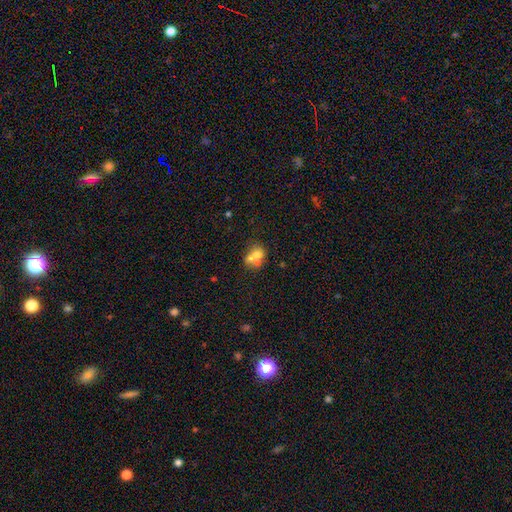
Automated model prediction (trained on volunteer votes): Smooth or featured? smooth (62%)
How rounded? round (62%)
Merging? merger (60%)